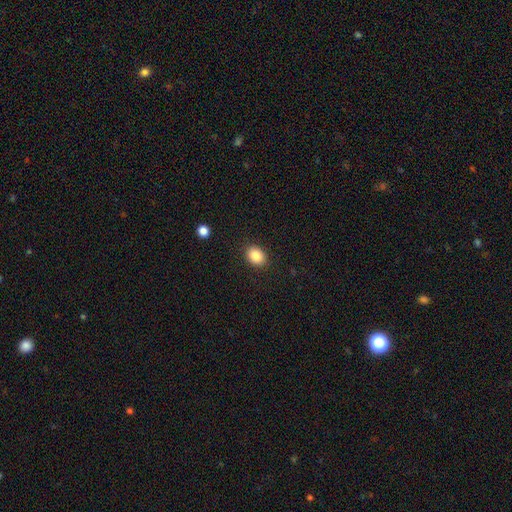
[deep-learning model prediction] This is clearly a smooth galaxy (87%). How rounded: likely in between (61%). Merging: clearly none (89%).